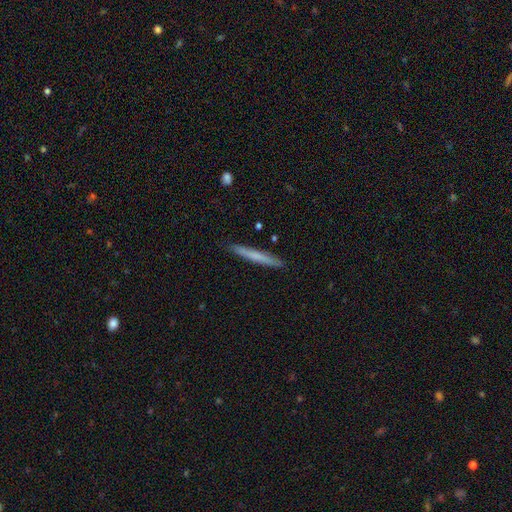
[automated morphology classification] The model was most divided on "smooth or featured": smooth: 64%, featured or disk: 30%, star or artifact: 6%. More confident: how rounded — cigar-shaped (97%); merging — none (91%).